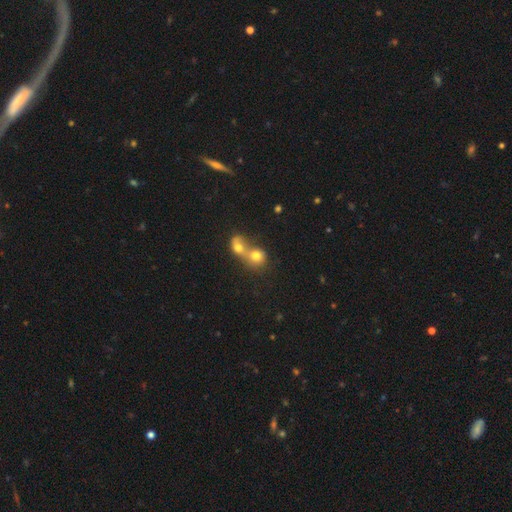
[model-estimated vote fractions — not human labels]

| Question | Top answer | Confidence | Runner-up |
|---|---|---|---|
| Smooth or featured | smooth | 72% | featured or disk (17%) |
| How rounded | round | 73% | in between (26%) |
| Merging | merger | 74% | none (18%) |